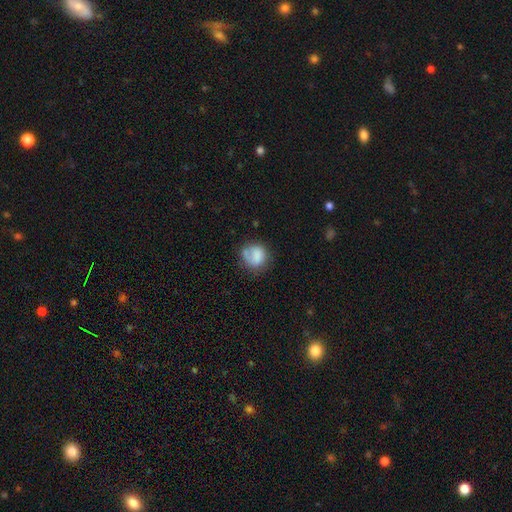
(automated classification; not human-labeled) Smooth or featured: smooth — 73% (featured or disk — 19%)
How rounded: round — 73% (in between — 26%)
Merging: none — 51% (minor disturbance — 24%)